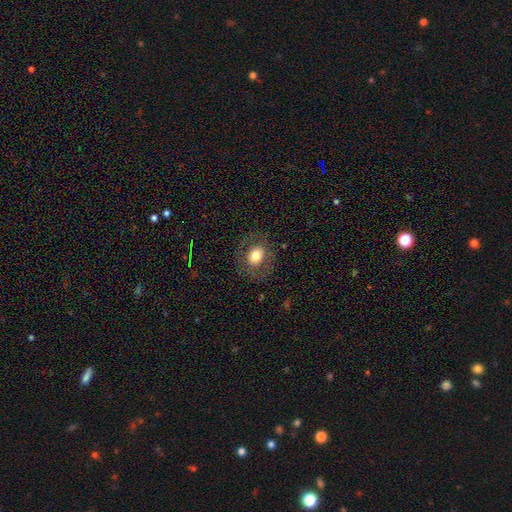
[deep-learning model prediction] This appears to be a smooth galaxy with no disk features (70%) that is round (60%). Merging: none (81%).